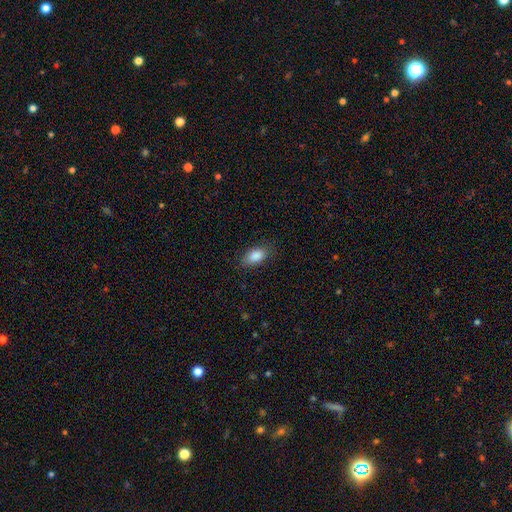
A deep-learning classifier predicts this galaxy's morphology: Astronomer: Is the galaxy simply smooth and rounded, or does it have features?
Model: smooth — 87%.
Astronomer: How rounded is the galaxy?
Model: in between — 91%.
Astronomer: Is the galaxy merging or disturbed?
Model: none — 80%.